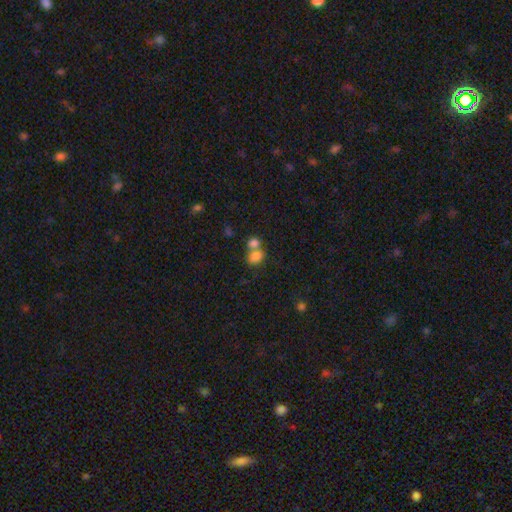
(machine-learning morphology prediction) smooth-or-featured: smooth: 78% | featured or disk: 11% | star or artifact: 11%
  how-rounded: in between: 66% | round: 33% | cigar-shaped: 1%
  merging: merger: 59% | none: 29% | minor disturbance: 8% | major disturbance: 4%